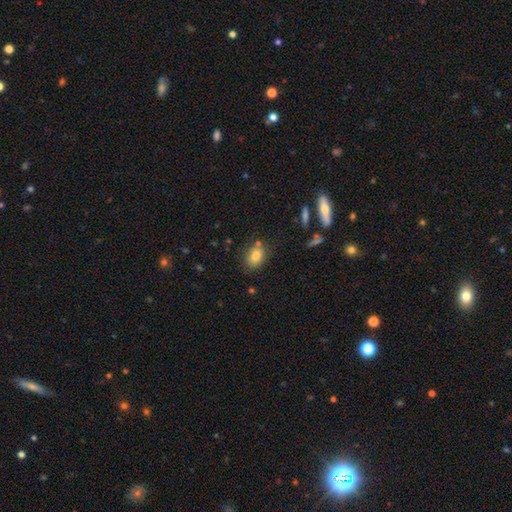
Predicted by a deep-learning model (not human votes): Smooth or featured: smooth — 81% (star or artifact — 10%)
How rounded: in between — 69% (round — 30%)
Merging: none — 75% (minor disturbance — 15%)